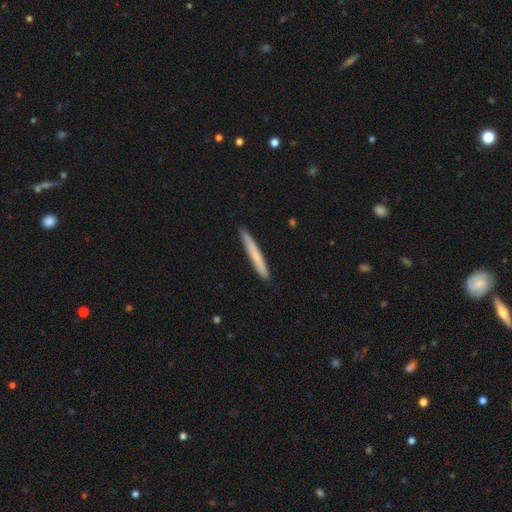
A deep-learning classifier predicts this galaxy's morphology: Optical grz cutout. It shows a smooth galaxy with no disk features (67%) that is cigar-shaped (96%). Merging: none (91%).